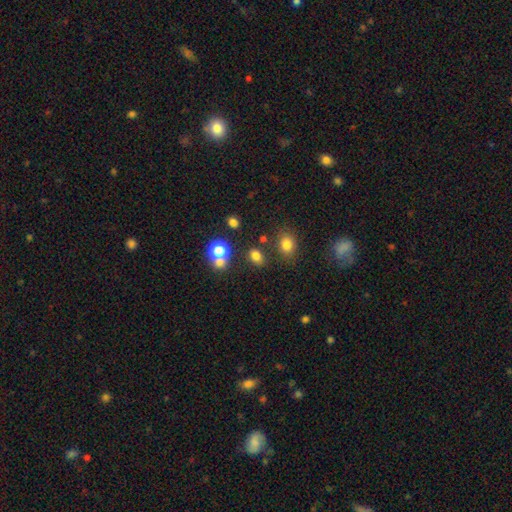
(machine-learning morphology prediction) type=smooth (76%); roundness=in between (59%); merging=none (73%).